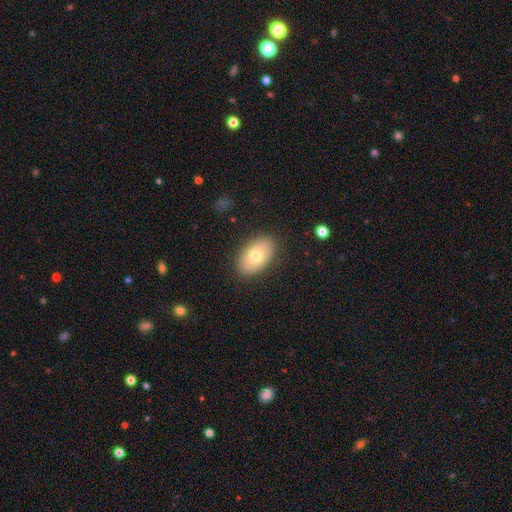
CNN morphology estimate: Smooth or featured? Predicted: smooth (p=0.74). How rounded? Predicted: in between (p=0.93). Merging? Predicted: none (p=0.87).